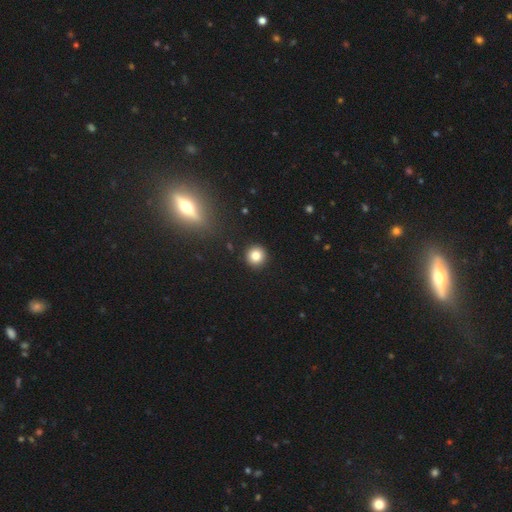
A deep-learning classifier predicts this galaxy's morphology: A smooth galaxy with no disk features (82%) that is round (95%). Merging: none (93%).